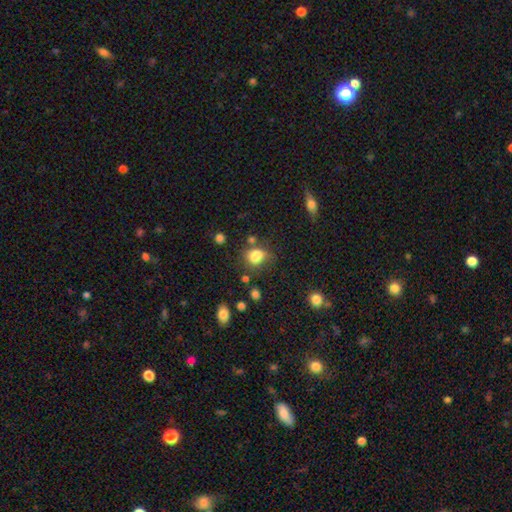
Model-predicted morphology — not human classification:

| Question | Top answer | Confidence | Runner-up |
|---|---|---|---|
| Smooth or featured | smooth | 82% | star or artifact (11%) |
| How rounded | round | 57% | in between (42%) |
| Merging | none | 53% | minor disturbance (26%) |